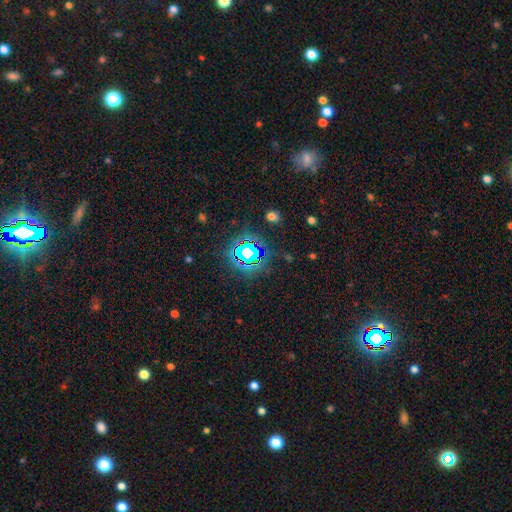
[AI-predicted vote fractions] Overall: star or artifact (80%).